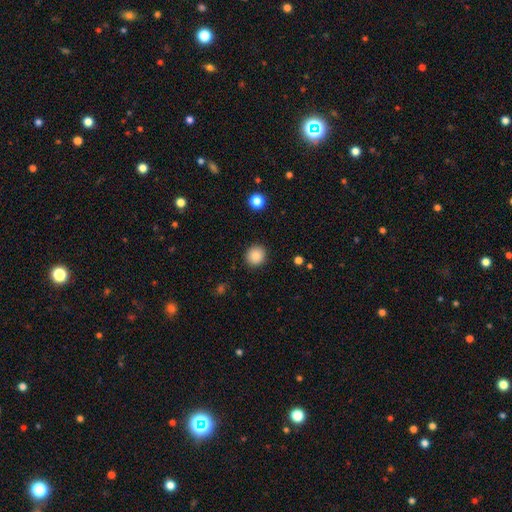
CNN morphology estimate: Smooth or featured? smooth (87%)
How rounded? round (85%)
Merging? none (90%)